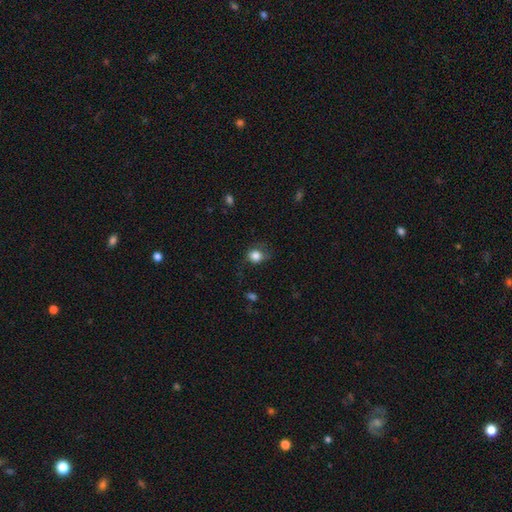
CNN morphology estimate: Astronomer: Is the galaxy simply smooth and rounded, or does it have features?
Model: smooth — 82%.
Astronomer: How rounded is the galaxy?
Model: round — 68%.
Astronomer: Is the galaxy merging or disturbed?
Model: none — 57%.